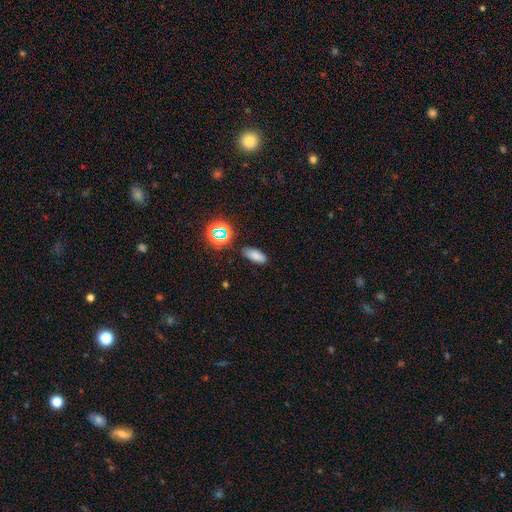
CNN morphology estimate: Smooth or featured: smooth — 77% (star or artifact — 17%)
How rounded: in between — 79% (cigar-shaped — 16%)
Merging: none — 84% (minor disturbance — 11%)